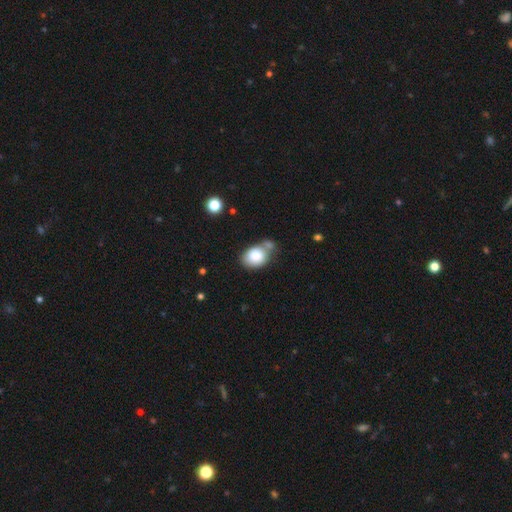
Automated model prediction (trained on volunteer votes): smooth 84%, featured or disk 8%, star or artifact 8%. Down the decision tree: how rounded — in between (67%); merging — none (43%).